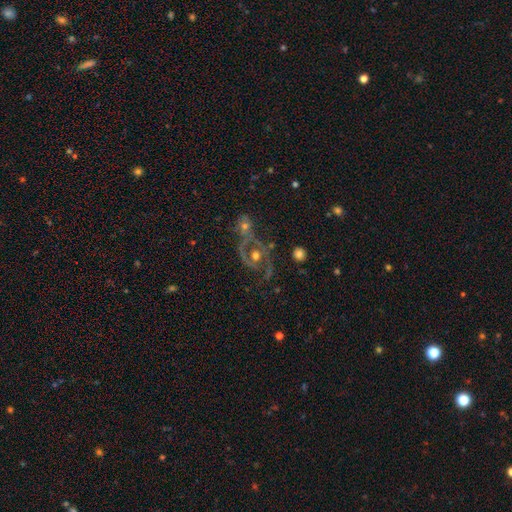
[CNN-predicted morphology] Smooth or featured: featured or disk — 75% (smooth — 17%)
Edge-on disk: no — 96% (yes — 4%)
Bar: no — 71% (weak — 21%)
Spiral arms: yes — 71% (no — 29%)
Spiral winding: medium — 46% (loose — 30%)
Spiral arm count: 2 — 70% (1 — 14%)
Bulge size: moderate — 69% (large — 15%)
Merging: none — 38% (merger — 27%)